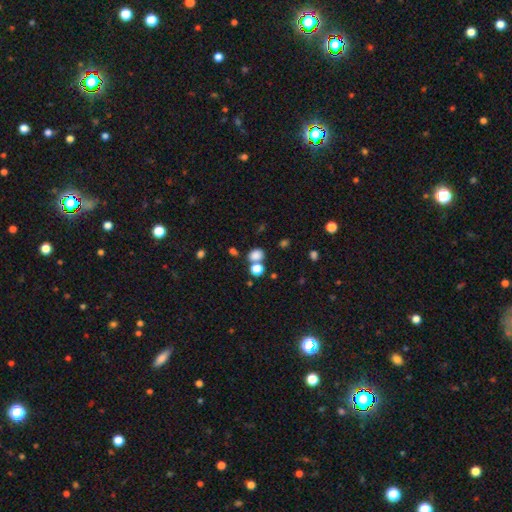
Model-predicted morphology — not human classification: type=smooth (79%); roundness=round (50%); merging=none (60%).